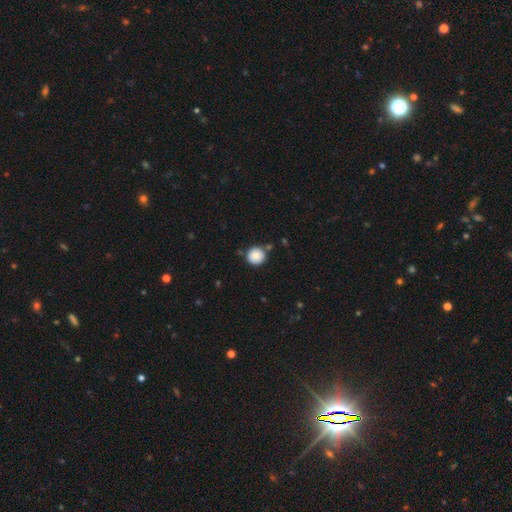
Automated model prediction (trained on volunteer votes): Overall: smooth (86%). How rounded: round (95%). Merging: none (83%).